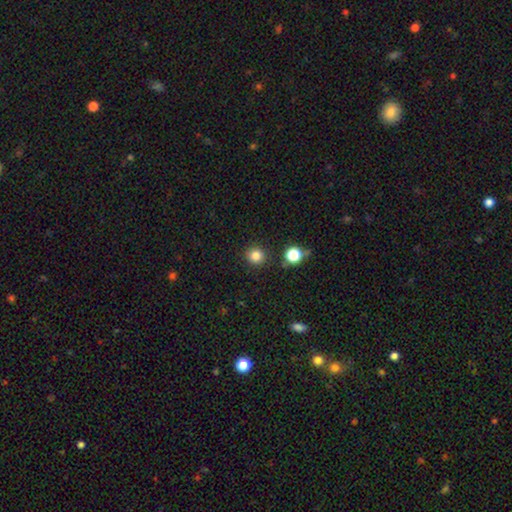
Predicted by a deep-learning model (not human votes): This is clearly a smooth galaxy (82%). How rounded: clearly round (92%). Merging: clearly none (90%).